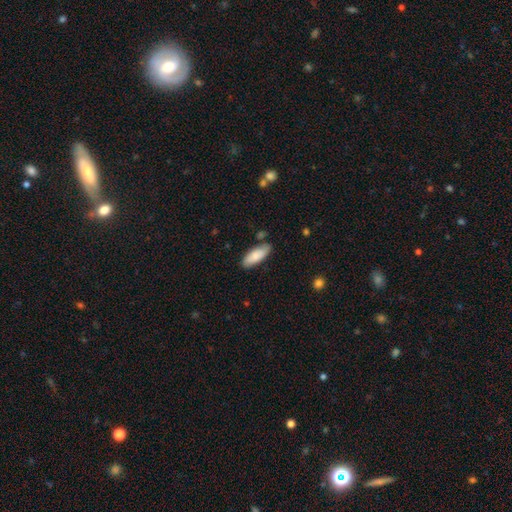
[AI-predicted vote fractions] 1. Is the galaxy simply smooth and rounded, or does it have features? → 81% smooth, 13% featured or disk, 6% star or artifact.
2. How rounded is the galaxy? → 75% in between, 23% cigar-shaped, 2% round.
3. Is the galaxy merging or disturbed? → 79% none, 15% minor disturbance, 4% merger, 3% major disturbance.